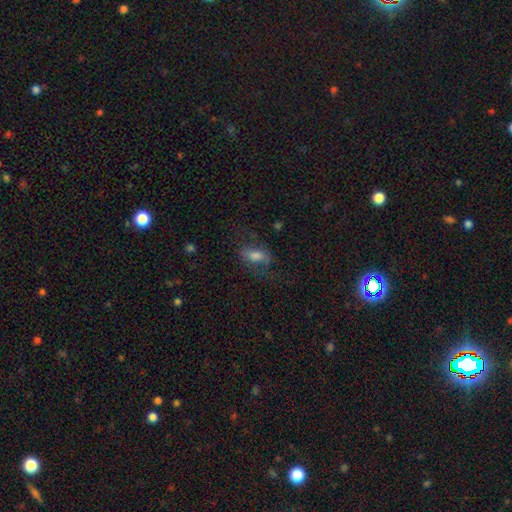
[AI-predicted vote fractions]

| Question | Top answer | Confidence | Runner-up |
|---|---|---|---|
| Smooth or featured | smooth | 62% | featured or disk (27%) |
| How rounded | in between | 83% | round (9%) |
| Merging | none | 64% | minor disturbance (19%) |